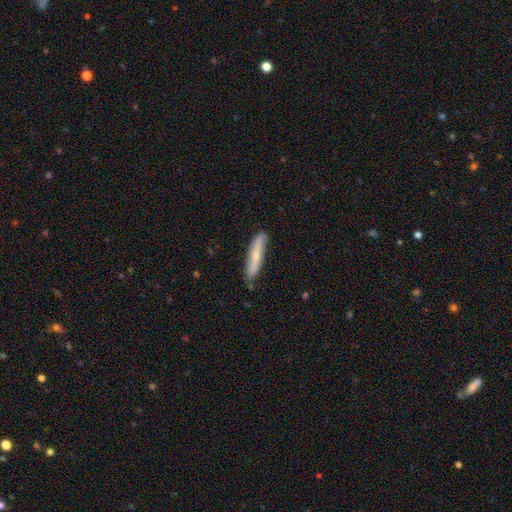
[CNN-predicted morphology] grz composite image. It shows a smooth galaxy with no disk features (55%) that is cigar-shaped (88%). Merging: none (79%).